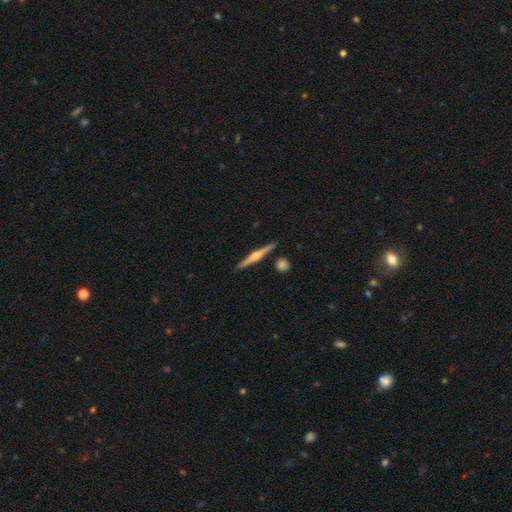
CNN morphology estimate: A featured or disk galaxy (76%) viewed edge-on (98%) with a rounded central bulge (92%). Merging: none (89%).